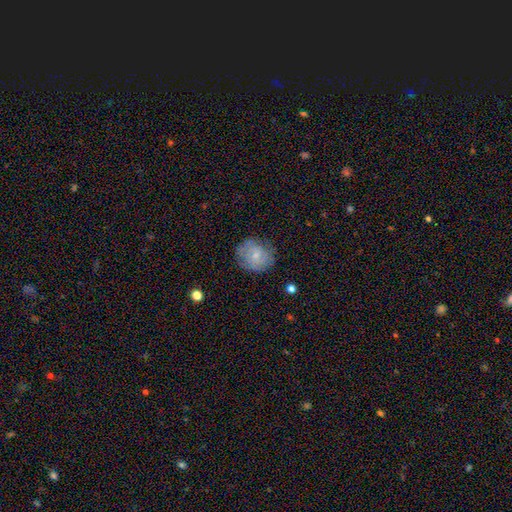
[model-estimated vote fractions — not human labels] Q: Smooth or featured?
A: smooth (49%); runner-up: featured or disk (43%)
Q: Merging?
A: none (72%); runner-up: minor disturbance (20%)